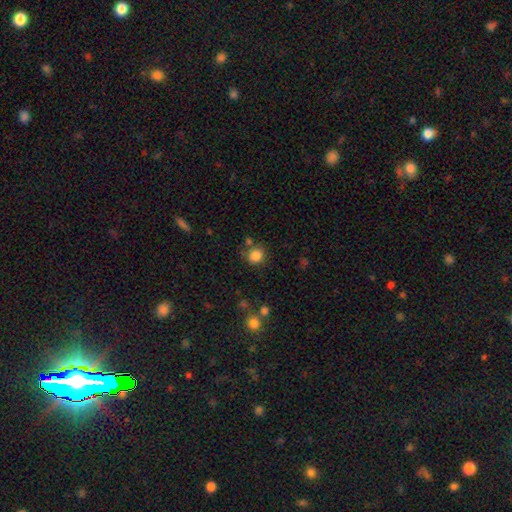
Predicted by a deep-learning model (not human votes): smooth_or_featured: smooth (p=0.84) [alt: star or artifact p=0.11]
how_rounded: round (p=0.86) [alt: in between p=0.13]
merging: none (p=0.76) [alt: minor disturbance p=0.12]